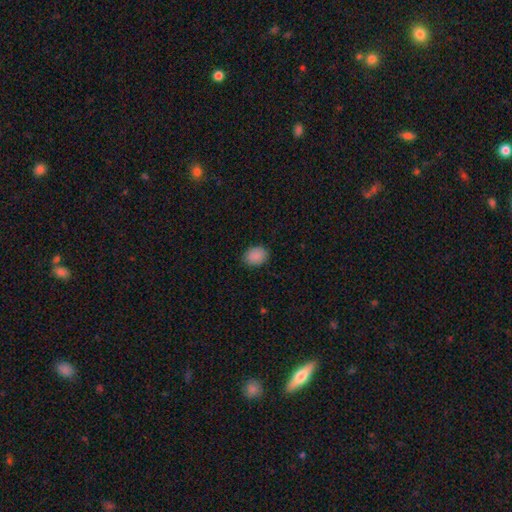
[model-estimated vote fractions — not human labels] smooth-or-featured: smooth: 89% | star or artifact: 8% | featured or disk: 3%
  how-rounded: in between: 69% | round: 30% | cigar-shaped: 1%
  merging: none: 87% | minor disturbance: 10% | major disturbance: 2% | merger: 1%